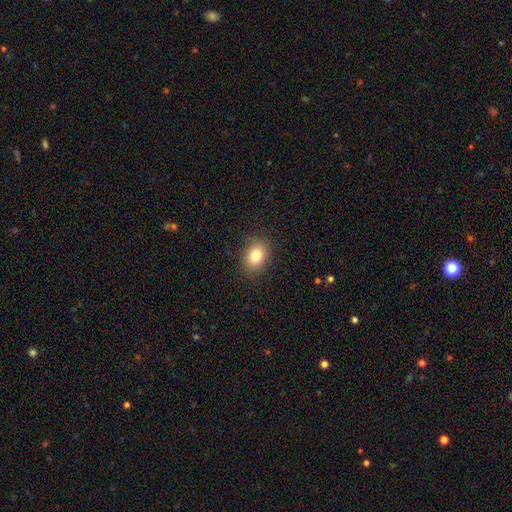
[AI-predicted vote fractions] Smooth or featured?
  - smooth: 81% *
  - star or artifact: 10%
  - featured or disk: 8%
How rounded?
  - in between: 62% *
  - round: 37%
  - cigar-shaped: 1%
Merging?
  - none: 88% *
  - minor disturbance: 9%
  - major disturbance: 3%
  - merger: 1%